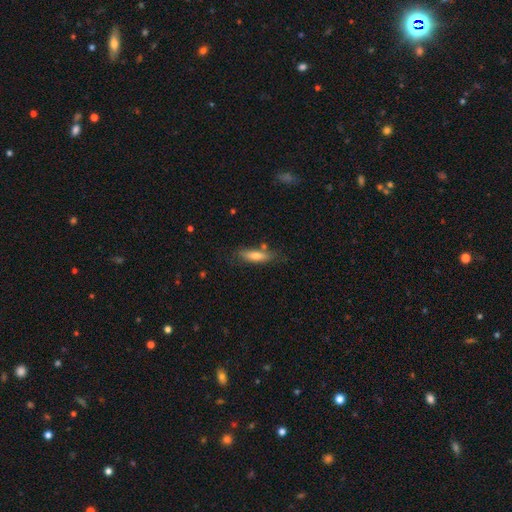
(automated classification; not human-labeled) Smooth or featured: smooth — 65% (featured or disk — 27%)
How rounded: cigar-shaped — 67% (in between — 31%)
Merging: none — 74% (minor disturbance — 17%)